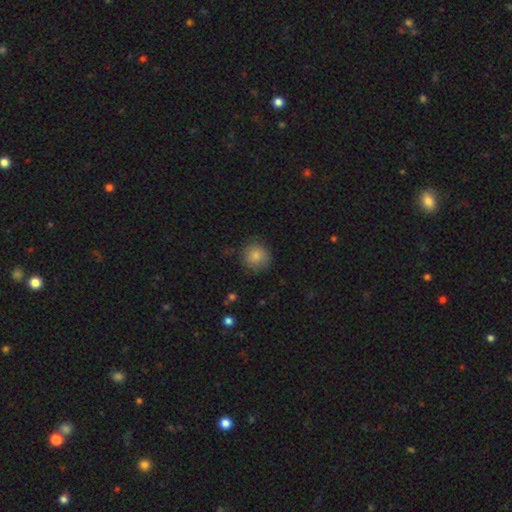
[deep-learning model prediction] This appears to be a smooth galaxy with no disk features (84%) that is round (91%). Merging: none (81%).